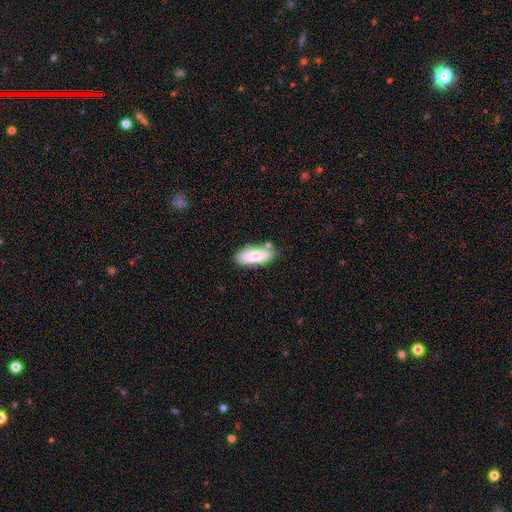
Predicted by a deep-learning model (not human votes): This is likely a smooth galaxy (74%). How rounded: likely in between (80%). Merging: likely none (73%).